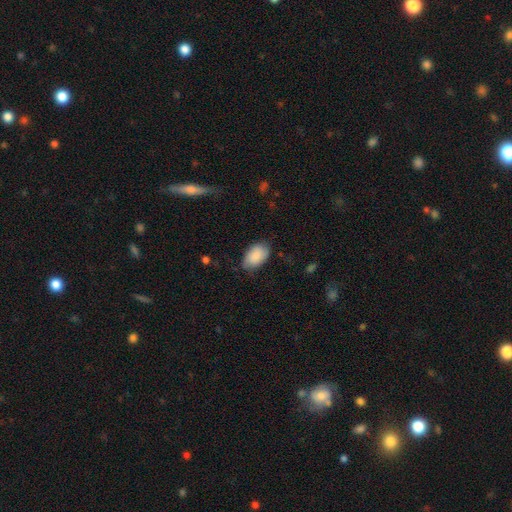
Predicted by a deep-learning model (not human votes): smooth_or_featured: smooth (p=0.83) [alt: featured or disk p=0.11]
how_rounded: in between (p=0.92) [alt: round p=0.06]
merging: none (p=0.72) [alt: minor disturbance p=0.22]